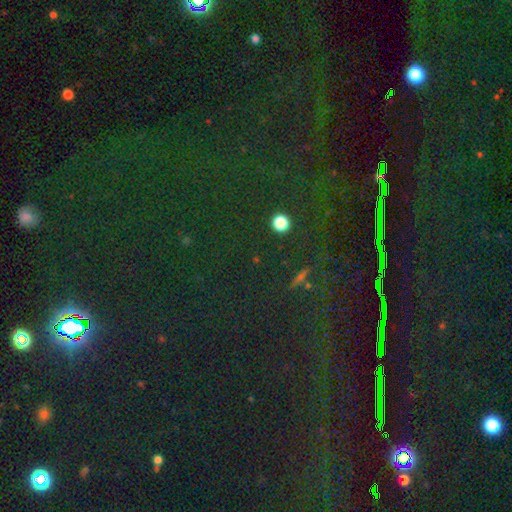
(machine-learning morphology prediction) smooth-or-featured: star or artifact: 82% | smooth: 10% | featured or disk: 8%